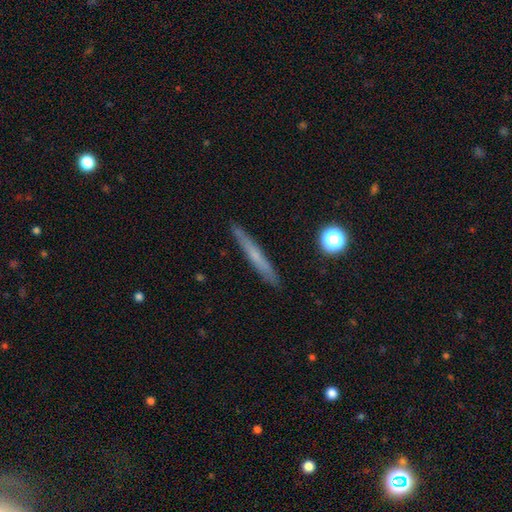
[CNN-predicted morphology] The model was most divided on "smooth or featured": smooth: 49%, featured or disk: 43%, star or artifact: 8%. More confident: merging — none (90%).